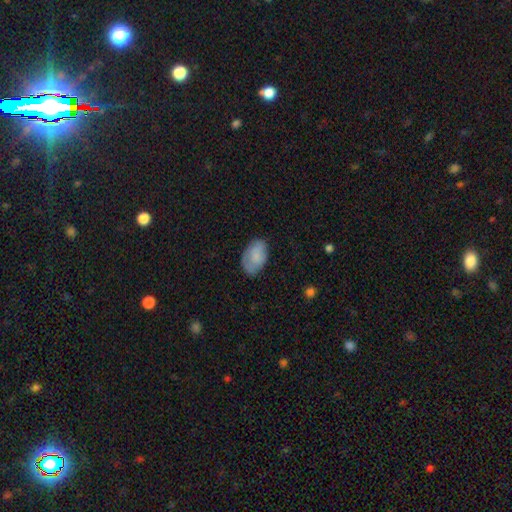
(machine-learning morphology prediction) smooth_or_featured: smooth (p=0.79) [alt: featured or disk p=0.14]
how_rounded: in between (p=0.91) [alt: round p=0.08]
merging: none (p=0.69) [alt: minor disturbance p=0.23]